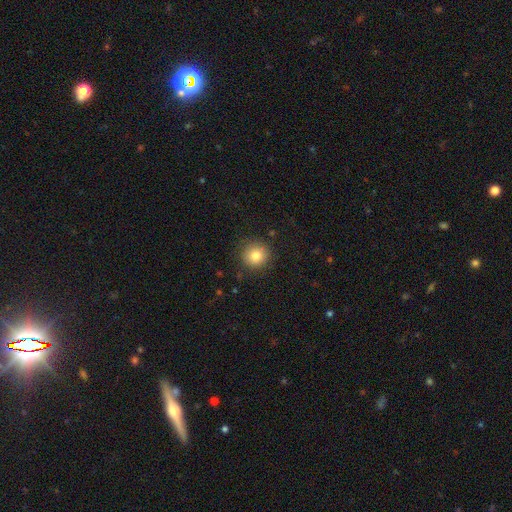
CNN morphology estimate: The model was most divided on "smooth or featured": smooth: 82%, star or artifact: 11%, featured or disk: 8%. More confident: how rounded — round (92%); merging — none (89%).